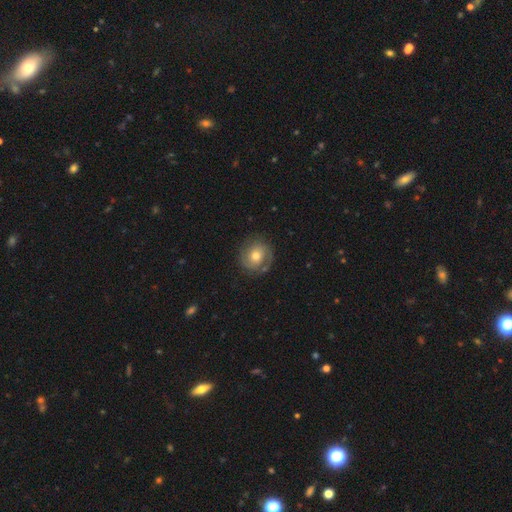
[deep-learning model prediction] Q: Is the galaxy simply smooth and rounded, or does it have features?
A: featured or disk — 66%.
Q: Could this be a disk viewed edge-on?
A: no — 97%.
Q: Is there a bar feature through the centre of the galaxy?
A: no — 69%.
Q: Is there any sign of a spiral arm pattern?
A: yes — 88%.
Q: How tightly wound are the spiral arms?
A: tight — 51%.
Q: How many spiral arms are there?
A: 2 — 72%.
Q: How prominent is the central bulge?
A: moderate — 71%.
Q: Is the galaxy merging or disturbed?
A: none — 77%.